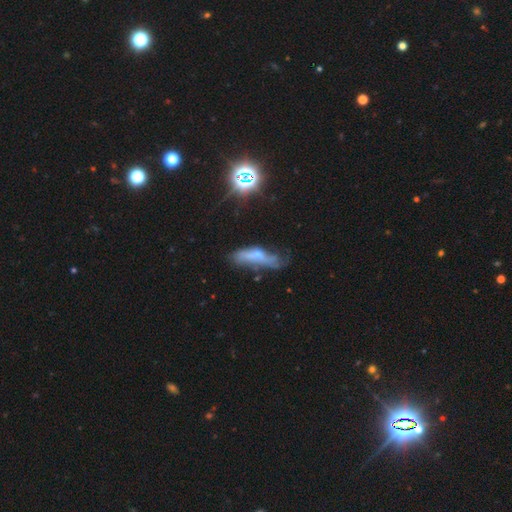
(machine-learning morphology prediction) Smooth or featured? featured or disk (46%)
Merging? none (32%)